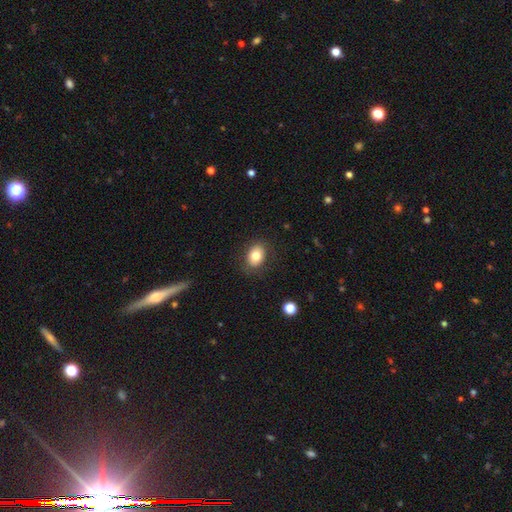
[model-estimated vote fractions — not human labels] A smooth galaxy with no disk features (81%) that is in between round and cigar-shaped (72%). Merging: none (84%).